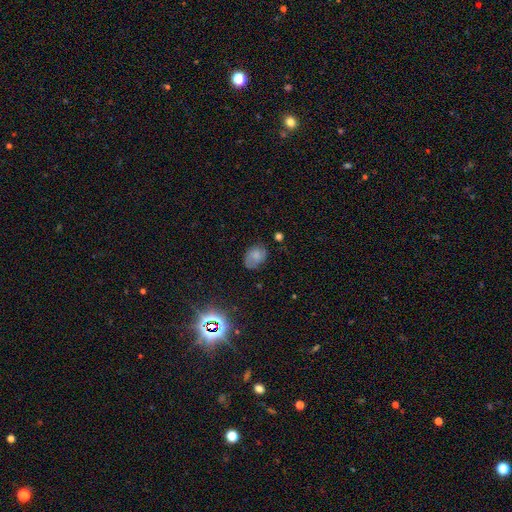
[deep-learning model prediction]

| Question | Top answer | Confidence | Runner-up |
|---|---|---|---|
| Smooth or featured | smooth | 61% | featured or disk (26%) |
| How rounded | in between | 69% | round (30%) |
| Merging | none | 65% | minor disturbance (25%) |